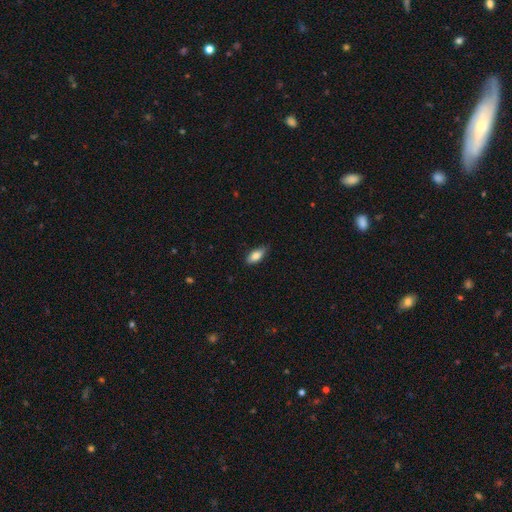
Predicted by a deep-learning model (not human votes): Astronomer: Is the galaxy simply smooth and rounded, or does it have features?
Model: smooth — 83%.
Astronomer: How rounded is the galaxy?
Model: in between — 85%.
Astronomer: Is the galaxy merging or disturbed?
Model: none — 78%.